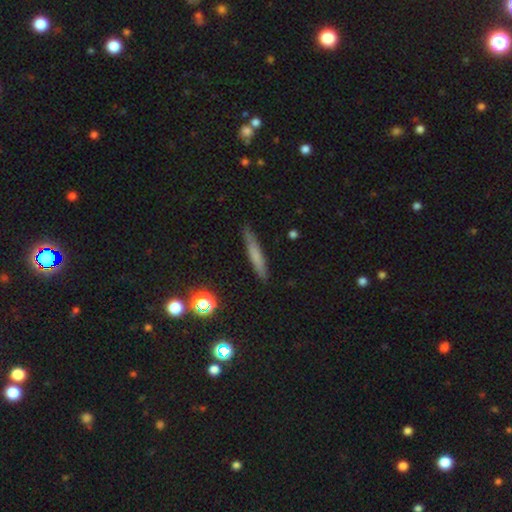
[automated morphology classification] Smooth or featured: smooth — 64% (featured or disk — 27%)
How rounded: cigar-shaped — 92% (in between — 5%)
Merging: none — 88% (minor disturbance — 9%)